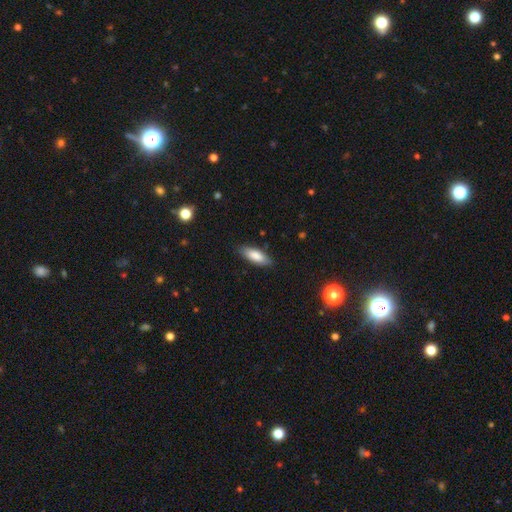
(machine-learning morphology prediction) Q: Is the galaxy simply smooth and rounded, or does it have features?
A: smooth — 83%.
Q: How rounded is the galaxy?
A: in between — 68%.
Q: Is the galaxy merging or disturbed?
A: none — 84%.